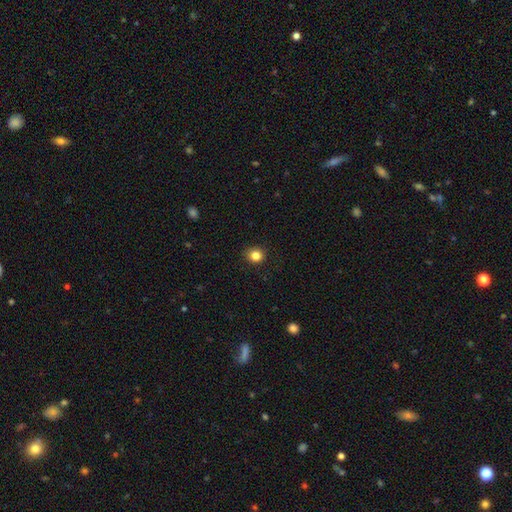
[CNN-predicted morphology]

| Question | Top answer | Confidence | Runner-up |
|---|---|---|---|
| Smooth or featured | smooth | 84% | star or artifact (12%) |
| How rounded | round | 85% | in between (14%) |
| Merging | none | 90% | minor disturbance (8%) |